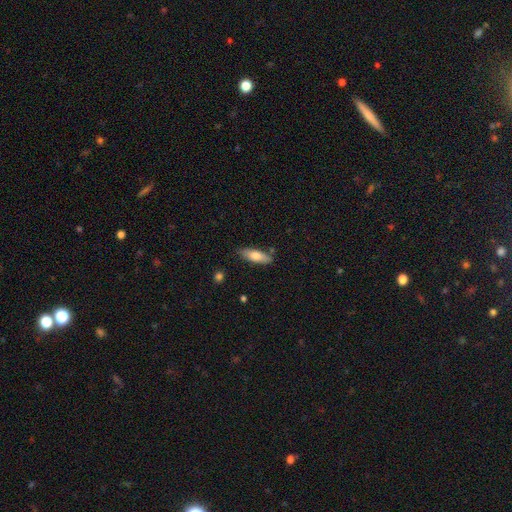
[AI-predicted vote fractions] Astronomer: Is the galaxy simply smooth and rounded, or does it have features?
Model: smooth — 70%.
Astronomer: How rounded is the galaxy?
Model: in between — 57% (runner-up: cigar-shaped, 41%).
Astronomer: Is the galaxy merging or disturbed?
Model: none — 80%.